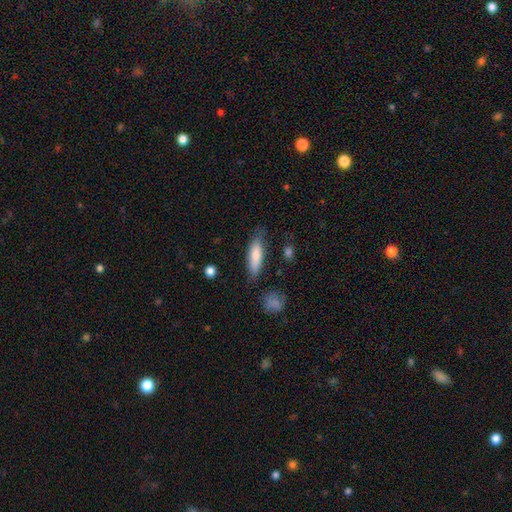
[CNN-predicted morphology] Smooth or featured? smooth (79%)
How rounded? cigar-shaped (54%)
Merging? none (75%)